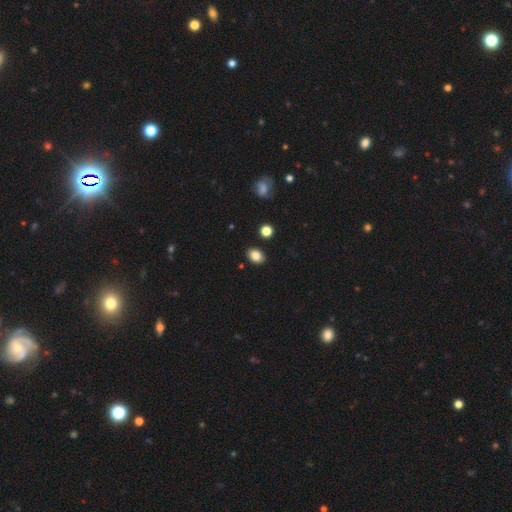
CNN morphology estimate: smooth-or-featured: smooth: 84% | star or artifact: 10% | featured or disk: 6%
  how-rounded: in between: 74% | round: 25% | cigar-shaped: 1%
  merging: none: 87% | minor disturbance: 8% | merger: 2% | major disturbance: 2%